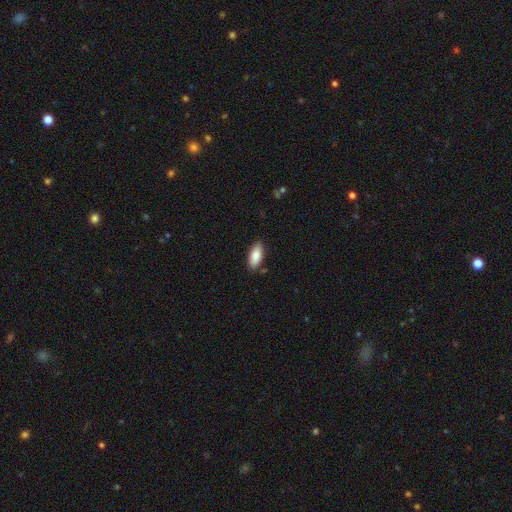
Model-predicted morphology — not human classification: A smooth galaxy with no disk features (85%) that is in between round and cigar-shaped (87%). Merging: none (85%).